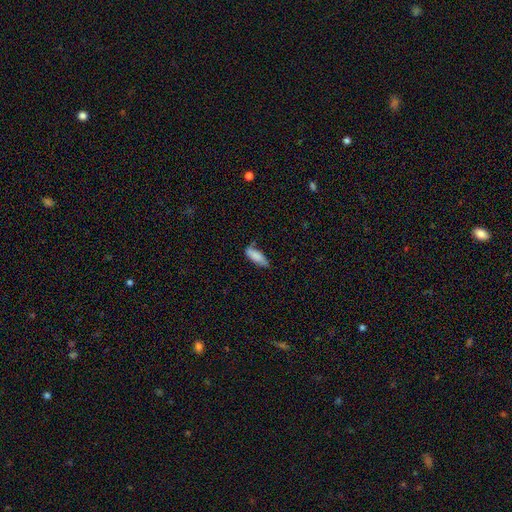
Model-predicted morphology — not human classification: Smooth or featured? Predicted: smooth (p=0.82). How rounded? Predicted: in between (p=0.68). Merging? Predicted: none (p=0.55).